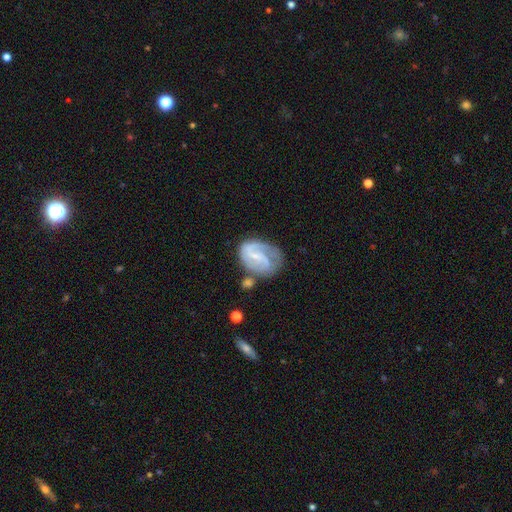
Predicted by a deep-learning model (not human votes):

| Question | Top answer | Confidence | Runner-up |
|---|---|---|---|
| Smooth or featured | featured or disk | 79% | smooth (15%) |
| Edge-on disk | no | 98% | yes (2%) |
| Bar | weak | 51% | no (25%) |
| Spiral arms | yes | 92% | no (8%) |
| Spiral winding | medium | 46% | tight (33%) |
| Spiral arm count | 2 | 68% | can't tell (12%) |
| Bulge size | small | 65% | none (18%) |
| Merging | none | 49% | minor disturbance (26%) |